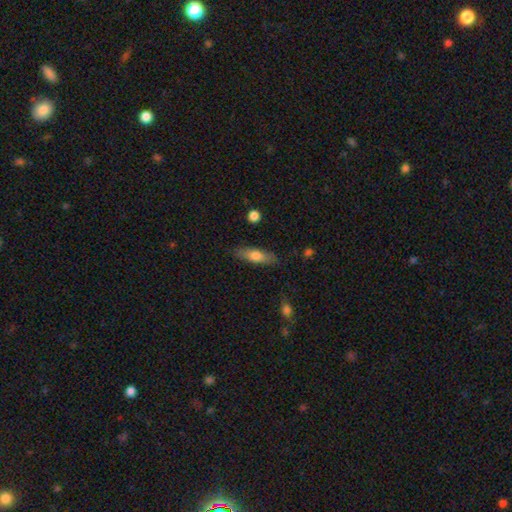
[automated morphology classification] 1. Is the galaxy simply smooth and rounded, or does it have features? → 70% smooth, 24% featured or disk, 6% star or artifact.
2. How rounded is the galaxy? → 49% cigar-shaped, 48% in between, 3% round.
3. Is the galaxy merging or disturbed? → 83% none, 12% minor disturbance, 3% major disturbance, 2% merger.